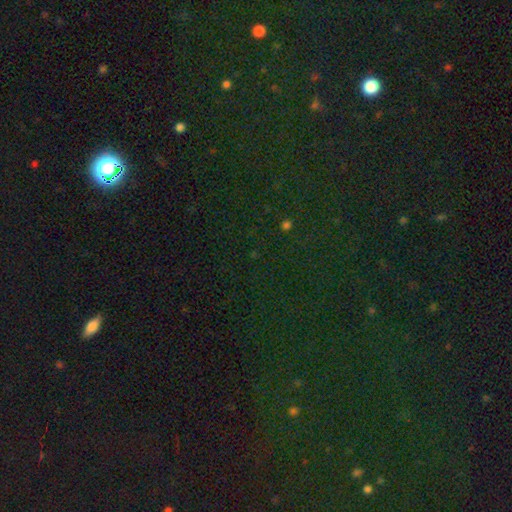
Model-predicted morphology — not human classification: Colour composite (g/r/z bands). It shows a star or artifact, not a galaxy (79%).